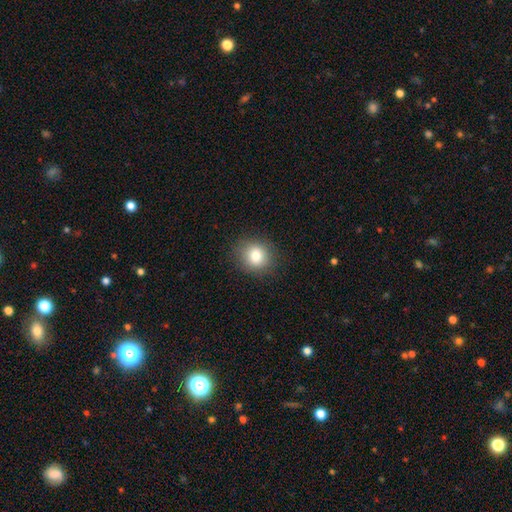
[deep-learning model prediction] A smooth galaxy with no disk features (81%) that is round (79%). Merging: none (88%).